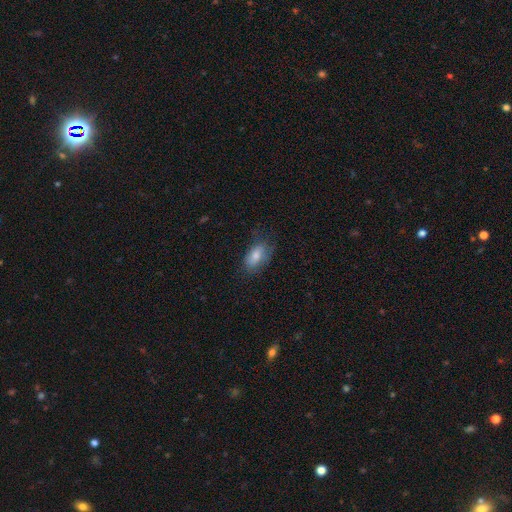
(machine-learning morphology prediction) Smooth or featured? Predicted: smooth (p=0.77). How rounded? Predicted: in between (p=0.91). Merging? Predicted: none (p=0.60).